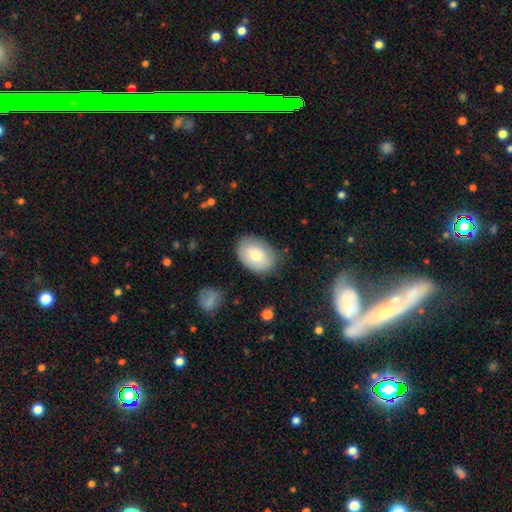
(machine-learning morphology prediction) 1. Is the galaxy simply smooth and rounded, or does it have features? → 78% smooth, 16% featured or disk, 6% star or artifact.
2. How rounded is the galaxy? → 84% in between, 15% round, 1% cigar-shaped.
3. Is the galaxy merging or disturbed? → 77% none, 17% minor disturbance, 4% major disturbance, 2% merger.